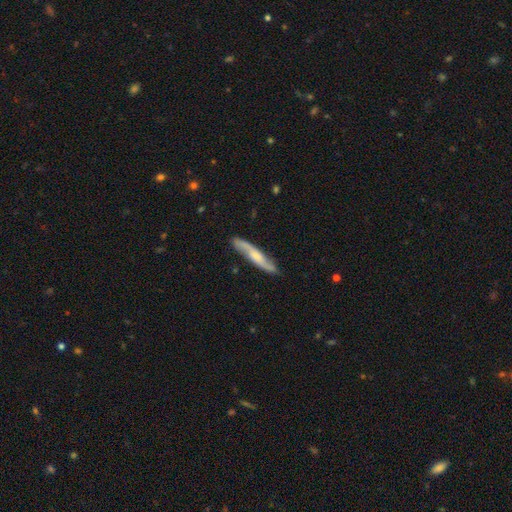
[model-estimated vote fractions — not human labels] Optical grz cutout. It shows a featured or disk galaxy (61%) viewed edge-on (50%, tied with no). Merging: none (84%).